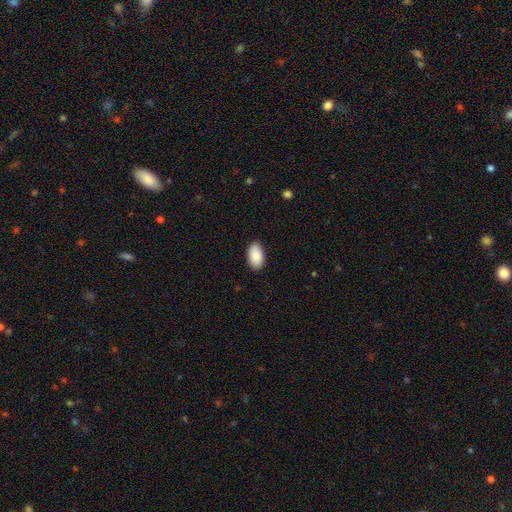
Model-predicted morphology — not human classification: type=smooth (89%); roundness=in between (95%); merging=none (86%).